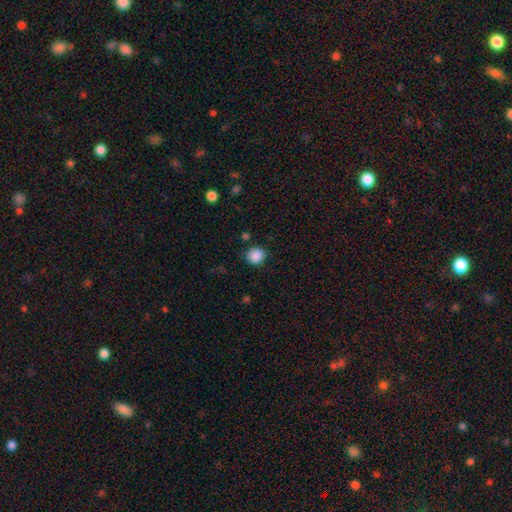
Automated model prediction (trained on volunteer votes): A smooth galaxy with no disk features (88%) that is round (89%).

Vote fractions:
- Smooth or featured? smooth: 88% / star or artifact: 10% / featured or disk: 3%
- How rounded? round: 89% / in between: 10% / cigar-shaped: 1%
- Merging? none: 84% / minor disturbance: 10% / major disturbance: 3% / merger: 2%